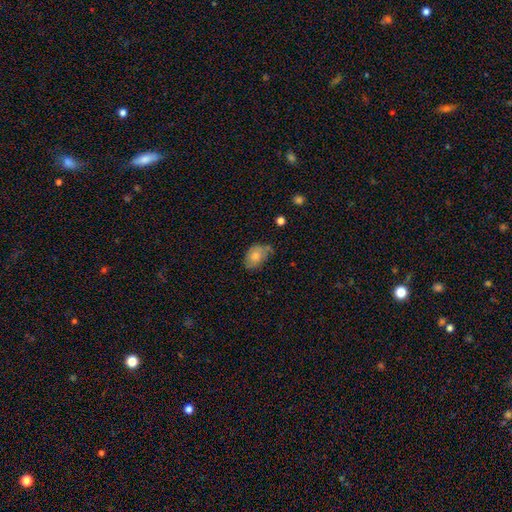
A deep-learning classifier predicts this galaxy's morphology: This appears to be a smooth galaxy with no disk features (73%) that is in between round and cigar-shaped (83%). Merging: none (54%).